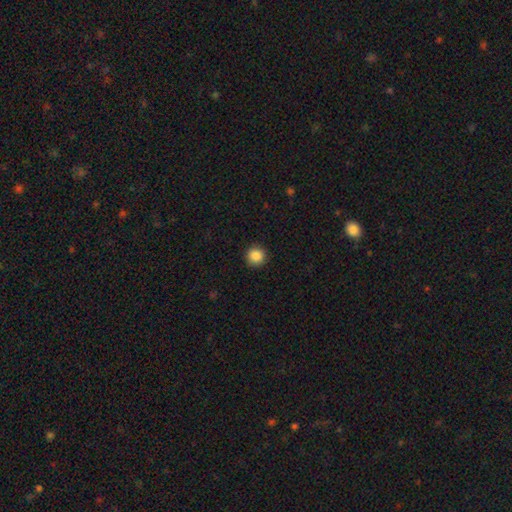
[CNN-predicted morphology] type=smooth (88%); roundness=round (94%); merging=none (92%).